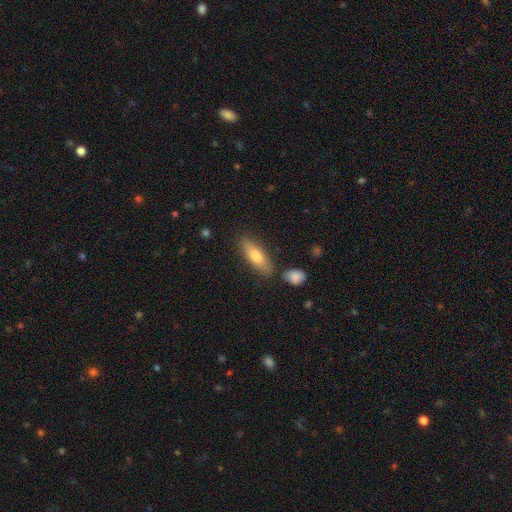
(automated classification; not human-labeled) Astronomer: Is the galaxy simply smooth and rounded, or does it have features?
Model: smooth — 70%.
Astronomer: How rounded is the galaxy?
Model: in between — 50% (runner-up: cigar-shaped, 48%).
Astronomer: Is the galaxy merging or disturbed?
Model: none — 79%.